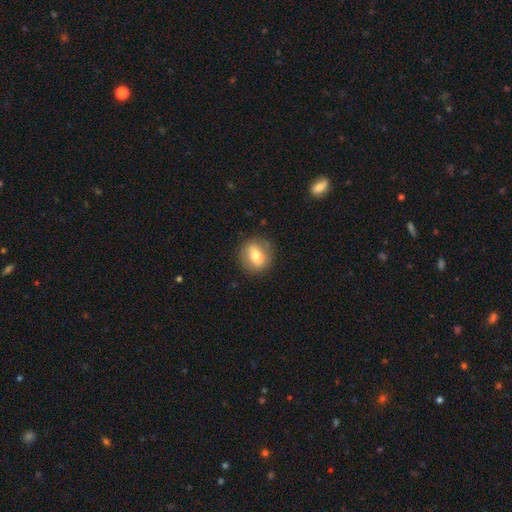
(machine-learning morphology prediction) Smooth or featured? smooth (66%)
How rounded? round (64%)
Merging? none (84%)